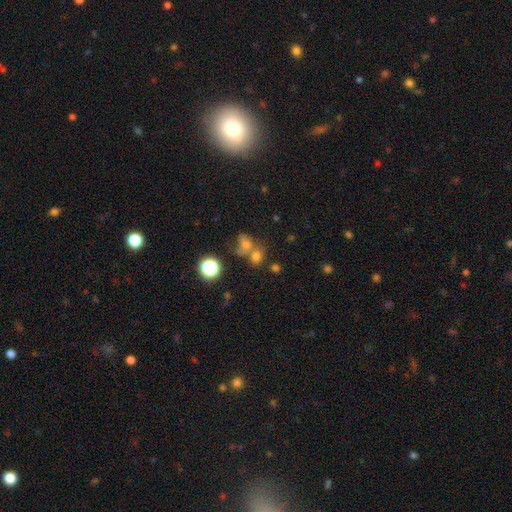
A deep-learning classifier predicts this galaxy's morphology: A smooth galaxy with no disk features (47%).

Vote fractions:
- Smooth or featured? smooth: 47% / star or artifact: 37% / featured or disk: 17%
- Merging? none: 45% / merger: 41% / minor disturbance: 9% / major disturbance: 6%